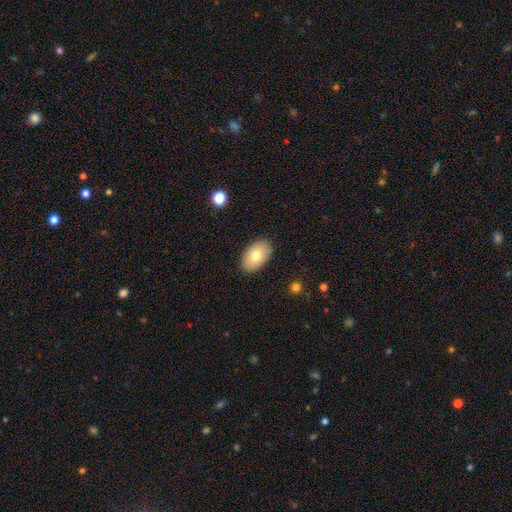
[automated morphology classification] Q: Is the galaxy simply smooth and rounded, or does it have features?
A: smooth — 76%.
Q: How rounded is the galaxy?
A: in between — 92%.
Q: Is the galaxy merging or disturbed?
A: none — 87%.